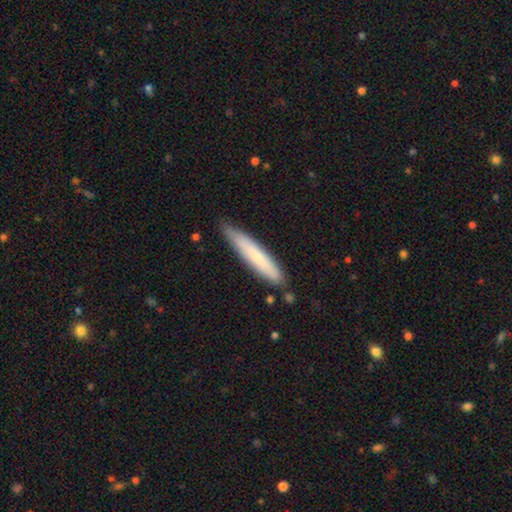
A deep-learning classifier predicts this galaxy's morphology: smooth_or_featured: smooth (p=0.72) [alt: featured or disk p=0.22]
how_rounded: cigar-shaped (p=0.90) [alt: in between p=0.09]
merging: none (p=0.80) [alt: minor disturbance p=0.16]